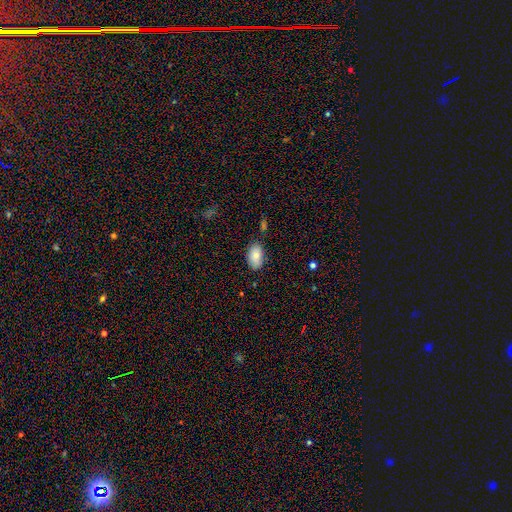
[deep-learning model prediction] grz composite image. It shows a smooth galaxy with no disk features (79%) that is in between round and cigar-shaped (92%). Merging: none (77%).